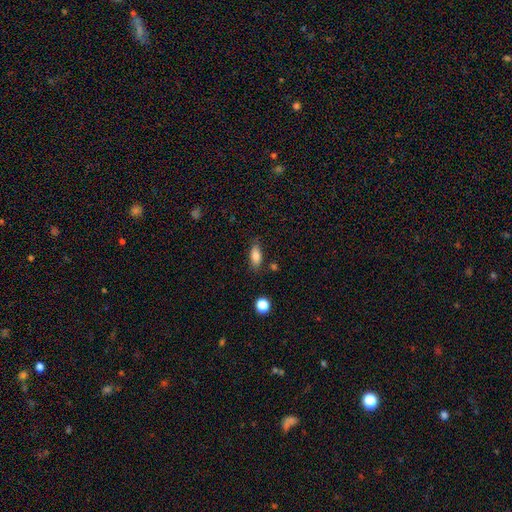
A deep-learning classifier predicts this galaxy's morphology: Smooth or featured?
  - smooth: 84% *
  - star or artifact: 9%
  - featured or disk: 8%
How rounded?
  - in between: 83% *
  - cigar-shaped: 12%
  - round: 5%
Merging?
  - none: 77% *
  - minor disturbance: 16%
  - major disturbance: 4%
  - merger: 3%